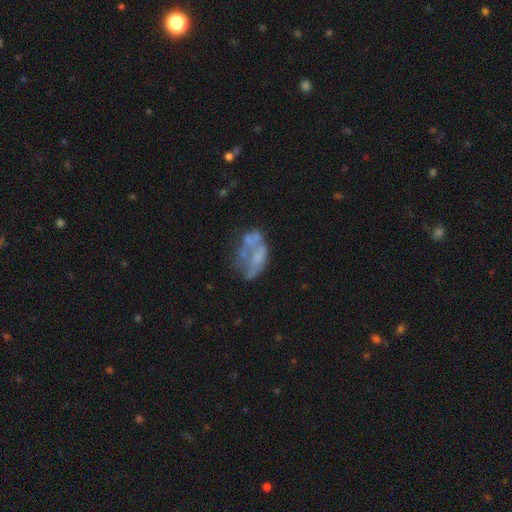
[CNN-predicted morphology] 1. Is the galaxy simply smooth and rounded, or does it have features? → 57% featured or disk, 30% smooth, 13% star or artifact.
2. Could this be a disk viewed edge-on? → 97% no, 3% yes.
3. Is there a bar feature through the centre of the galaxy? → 89% no, 8% weak, 3% strong.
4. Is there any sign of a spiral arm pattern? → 91% no, 9% yes.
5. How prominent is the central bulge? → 67% none, 15% small, 14% moderate, 3% large, 1% dominant.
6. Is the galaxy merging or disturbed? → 32% none, 27% major disturbance, 22% merger, 20% minor disturbance.